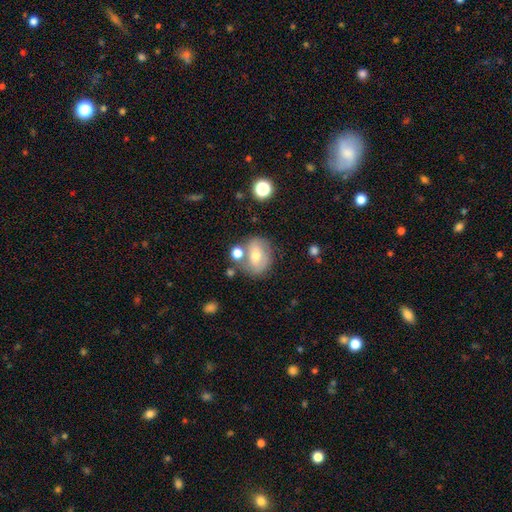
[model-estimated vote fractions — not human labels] smooth_or_featured: smooth (p=0.54) [alt: featured or disk p=0.37]
how_rounded: round (p=0.52) [alt: in between p=0.47]
merging: none (p=0.59) [alt: merger p=0.17]